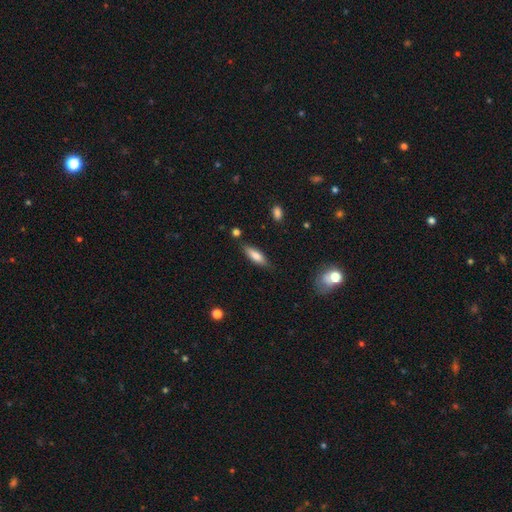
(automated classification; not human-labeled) Overall: smooth (73%). How rounded: cigar-shaped (55%; in between 44%). Merging: none (80%).